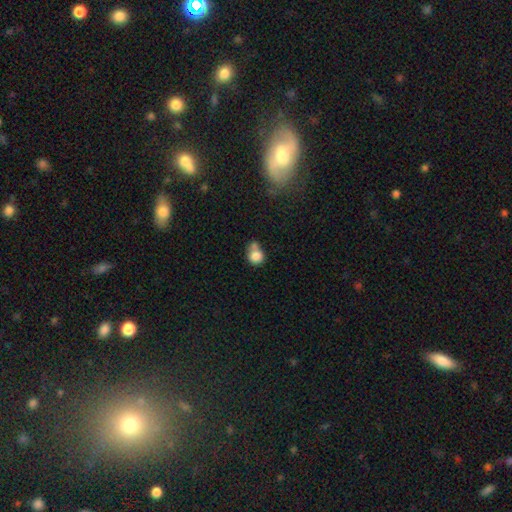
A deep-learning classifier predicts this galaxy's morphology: smooth 81%, star or artifact 10%, featured or disk 9%. Down the decision tree: how rounded — round (77%); merging — merger (40%).